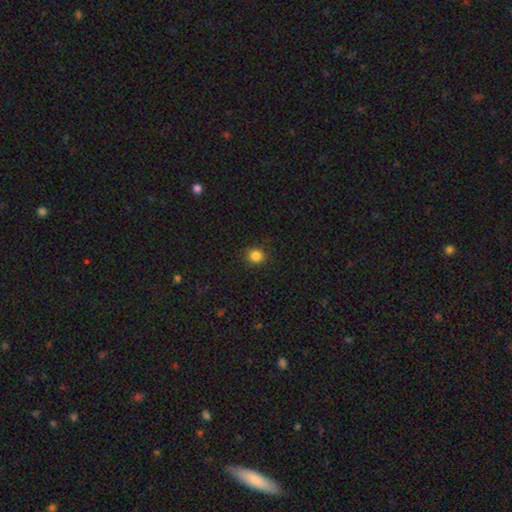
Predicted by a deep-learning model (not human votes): Morphology: type=smooth (85%); roundness=round (86%); merging=none (90%).